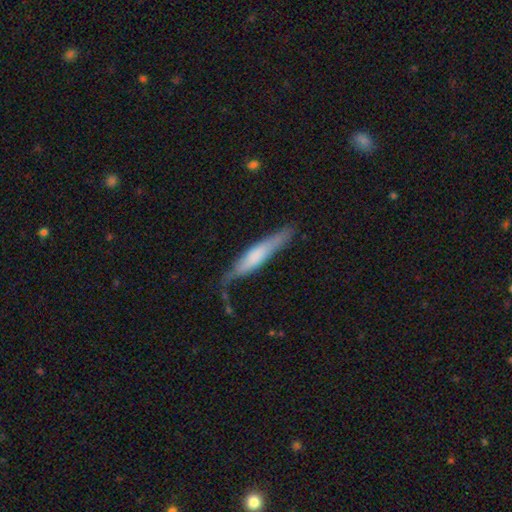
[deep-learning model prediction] Smooth or featured?
  - smooth: 58% *
  - featured or disk: 36%
  - star or artifact: 6%
How rounded?
  - cigar-shaped: 87% *
  - in between: 11%
  - round: 1%
Merging?
  - none: 62% *
  - minor disturbance: 26%
  - major disturbance: 8%
  - merger: 4%